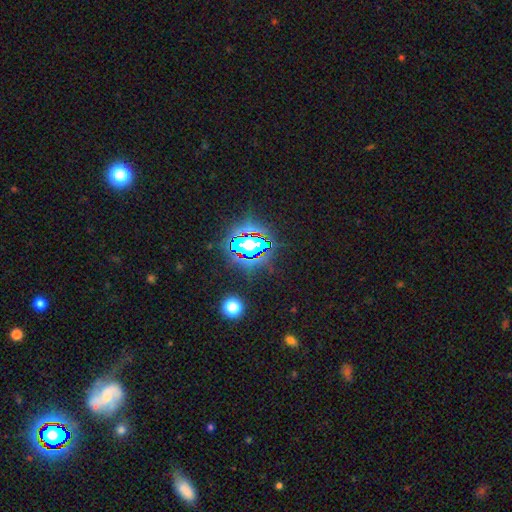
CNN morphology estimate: This is likely a star or artifact rather than a galaxy (78%).